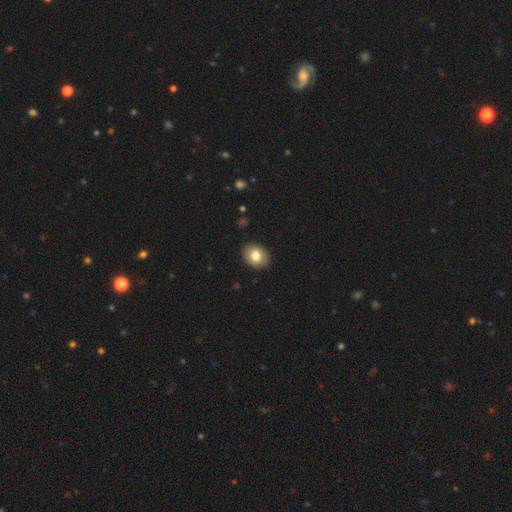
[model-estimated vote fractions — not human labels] smooth 81%, featured or disk 11%, star or artifact 8%. Down the decision tree: how rounded — in between (57%); merging — none (90%).